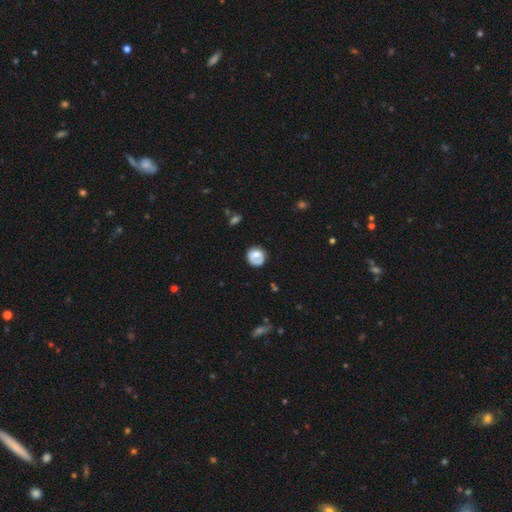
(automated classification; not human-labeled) Q: Smooth or featured?
A: smooth (66%); runner-up: featured or disk (26%)
Q: How rounded?
A: round (84%); runner-up: in between (15%)
Q: Merging?
A: none (64%); runner-up: minor disturbance (22%)